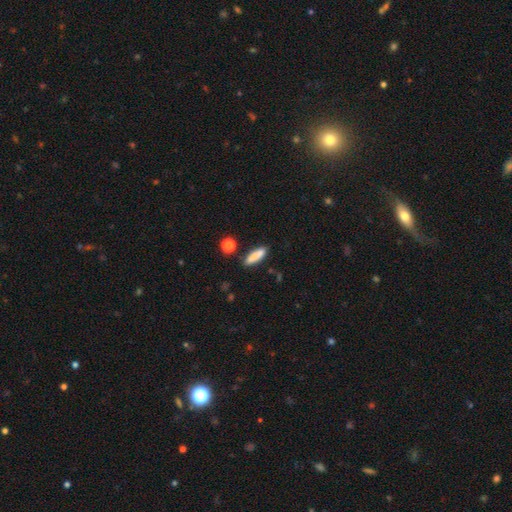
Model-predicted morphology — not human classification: type=smooth (84%); roundness=cigar-shaped (65%); merging=none (81%).